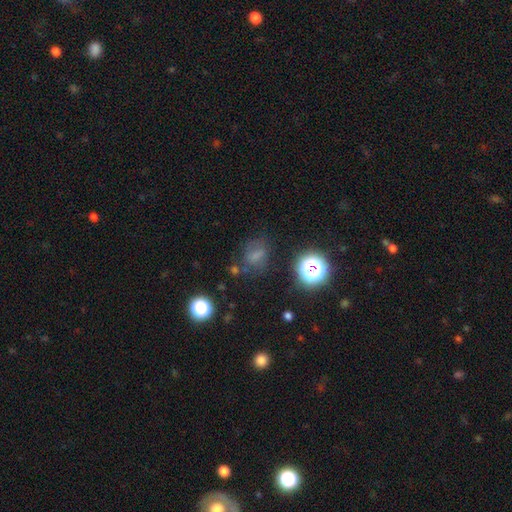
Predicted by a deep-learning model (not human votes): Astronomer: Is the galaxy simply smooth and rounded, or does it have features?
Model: smooth — 53% (runner-up: star or artifact, 30%).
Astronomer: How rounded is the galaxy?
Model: in between — 51% (runner-up: round, 46%).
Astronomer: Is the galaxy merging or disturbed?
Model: none — 63%.